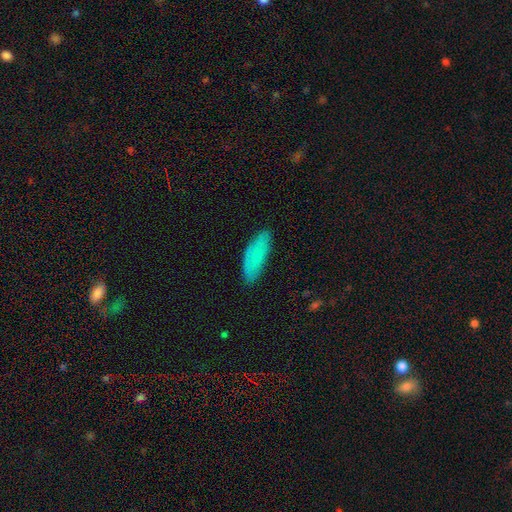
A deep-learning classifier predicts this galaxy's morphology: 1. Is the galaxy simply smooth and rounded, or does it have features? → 72% smooth, 20% featured or disk, 8% star or artifact.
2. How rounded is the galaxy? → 69% in between, 29% cigar-shaped, 2% round.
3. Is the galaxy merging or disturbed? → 80% none, 15% minor disturbance, 3% major disturbance, 1% merger.